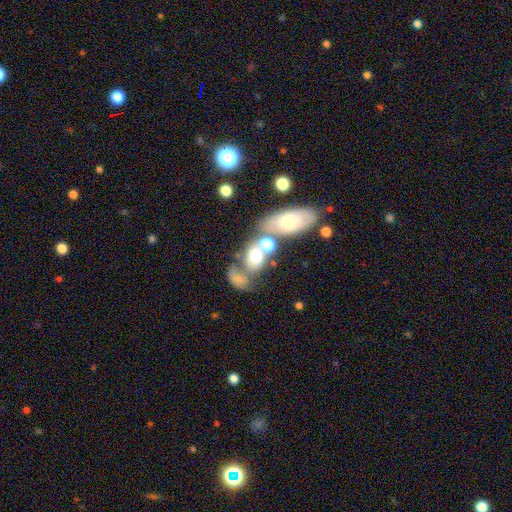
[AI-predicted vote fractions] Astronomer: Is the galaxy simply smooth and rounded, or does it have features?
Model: smooth — 62%.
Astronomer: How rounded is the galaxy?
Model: in between — 71%.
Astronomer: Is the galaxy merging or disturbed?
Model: merger — 46% (runner-up: none, 32%).